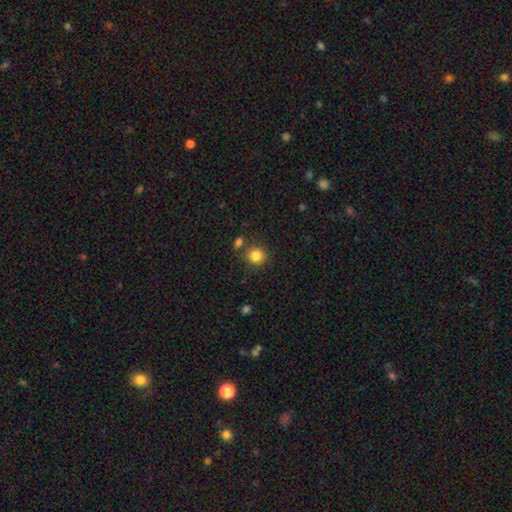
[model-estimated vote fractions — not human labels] Overall: smooth (84%). How rounded: round (87%). Merging: none (78%).